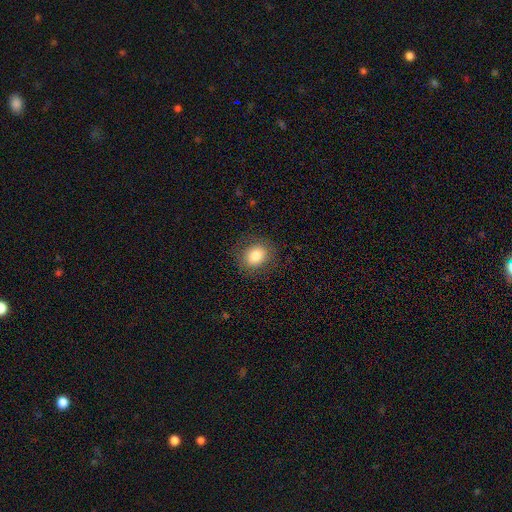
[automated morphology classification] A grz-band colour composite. It shows a smooth galaxy with no disk features (80%) that is round (64%). Merging: none (84%).